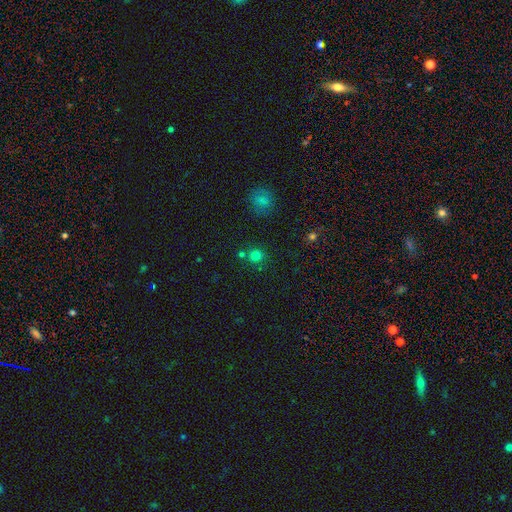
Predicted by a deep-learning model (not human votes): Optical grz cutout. It shows a smooth galaxy with no disk features (76%) that is round (91%). Merging: none (72%).